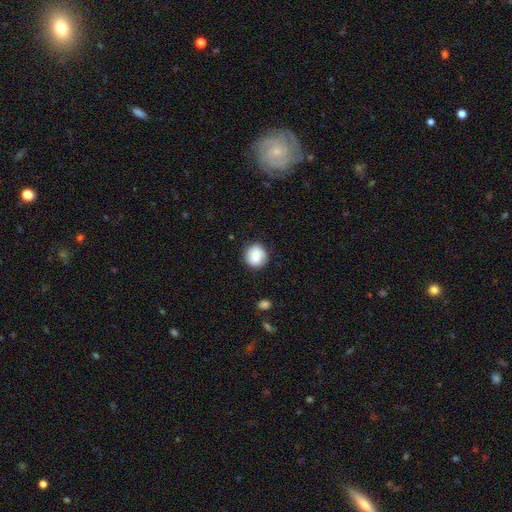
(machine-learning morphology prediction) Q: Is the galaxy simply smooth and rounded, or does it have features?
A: smooth — 79%.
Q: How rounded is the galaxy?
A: round — 89%.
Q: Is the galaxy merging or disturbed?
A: none — 85%.